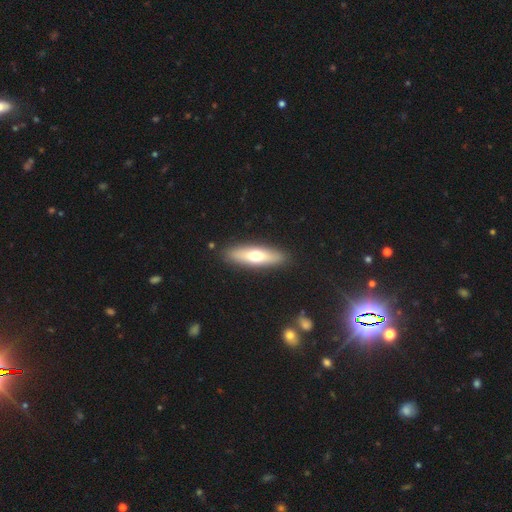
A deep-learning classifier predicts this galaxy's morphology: smooth_or_featured: smooth (p=0.59) [alt: featured or disk p=0.36]
how_rounded: cigar-shaped (p=0.59) [alt: in between p=0.38]
merging: none (p=0.89) [alt: minor disturbance p=0.08]